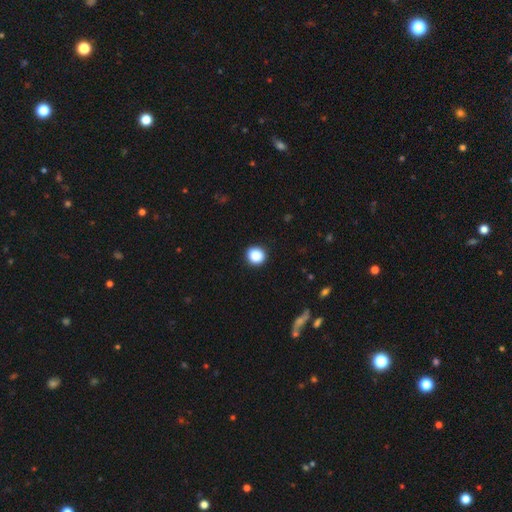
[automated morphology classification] smooth_or_featured: smooth (p=0.88) [alt: star or artifact p=0.09]
how_rounded: round (p=0.86) [alt: in between p=0.13]
merging: none (p=0.91) [alt: minor disturbance p=0.06]